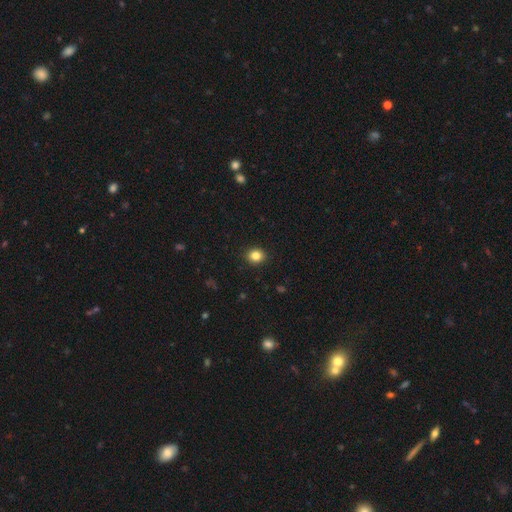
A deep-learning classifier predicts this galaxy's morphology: A smooth galaxy with no disk features (83%) that is round (75%).

Vote fractions:
- Smooth or featured? smooth: 83% / star or artifact: 11% / featured or disk: 5%
- How rounded? round: 75% / in between: 24% / cigar-shaped: 1%
- Merging? none: 91% / minor disturbance: 6% / major disturbance: 2% / merger: 1%